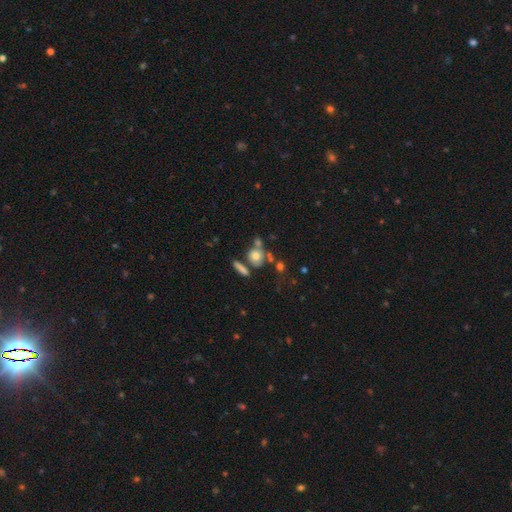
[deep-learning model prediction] smooth-or-featured: smooth: 70% | featured or disk: 18% | star or artifact: 12%
  how-rounded: round: 65% | in between: 30% | cigar-shaped: 4%
  merging: none: 53% | merger: 25% | minor disturbance: 14% | major disturbance: 7%